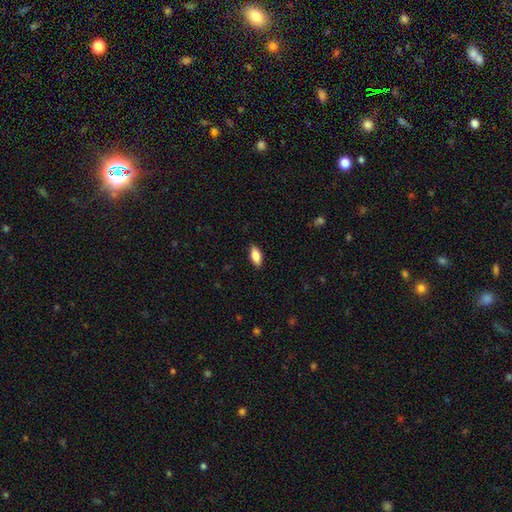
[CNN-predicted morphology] smooth_or_featured: smooth (p=0.84) [alt: featured or disk p=0.09]
how_rounded: in between (p=0.86) [alt: cigar-shaped p=0.11]
merging: none (p=0.88) [alt: minor disturbance p=0.09]